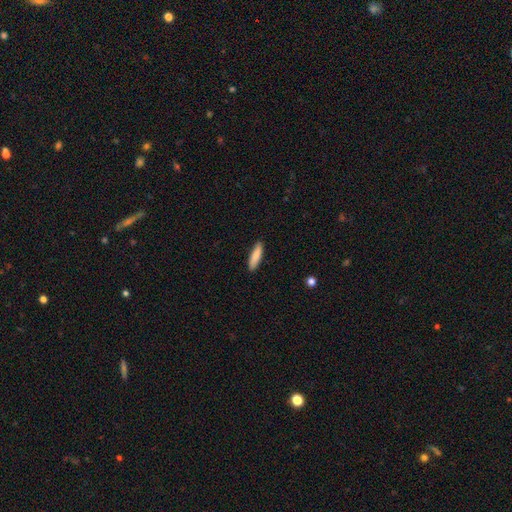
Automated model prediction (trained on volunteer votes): Overall: smooth (86%). How rounded: cigar-shaped (72%). Merging: none (89%).